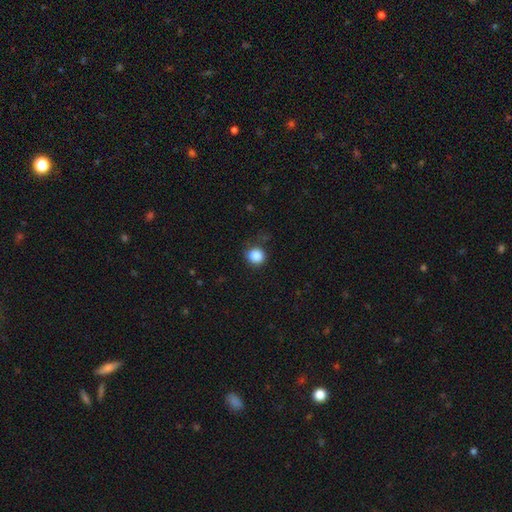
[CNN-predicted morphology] Smooth or featured? smooth (86%)
How rounded? round (89%)
Merging? none (82%)